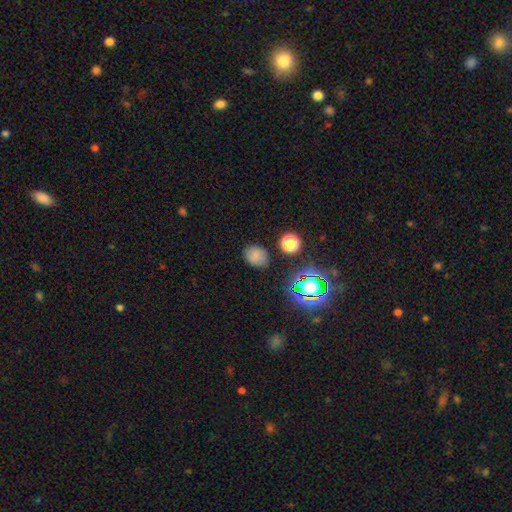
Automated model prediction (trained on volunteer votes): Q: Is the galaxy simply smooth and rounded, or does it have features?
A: smooth — 75%.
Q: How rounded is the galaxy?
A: round — 50%.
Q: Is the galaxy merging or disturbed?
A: none — 80%.